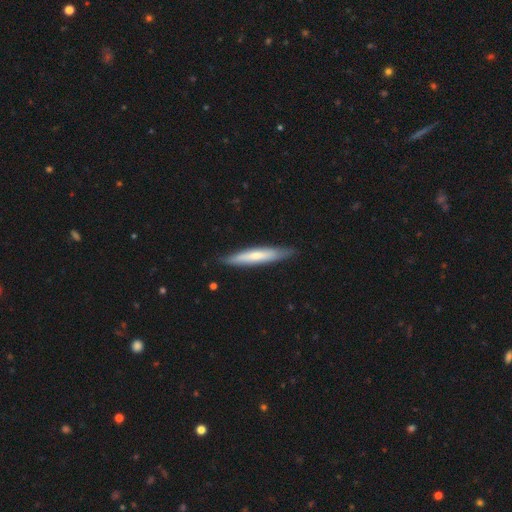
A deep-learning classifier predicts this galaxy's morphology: Smooth or featured? smooth (56%)
How rounded? cigar-shaped (92%)
Merging? none (86%)